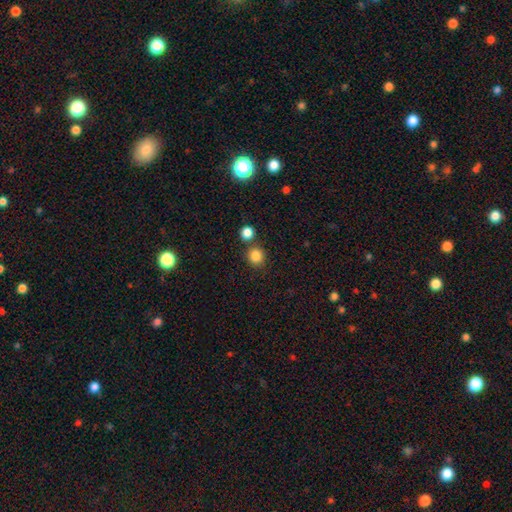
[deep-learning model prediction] A smooth galaxy with no disk features (84%) that is round (91%). Merging: none (77%).